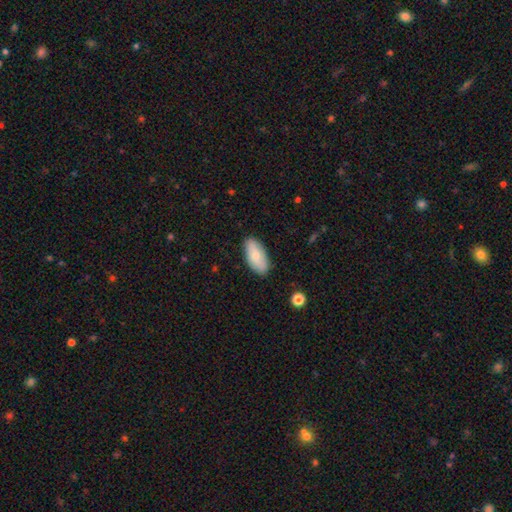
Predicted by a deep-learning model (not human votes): This is likely a smooth galaxy (74%). How rounded: clearly in between (92%). Merging: clearly none (84%).